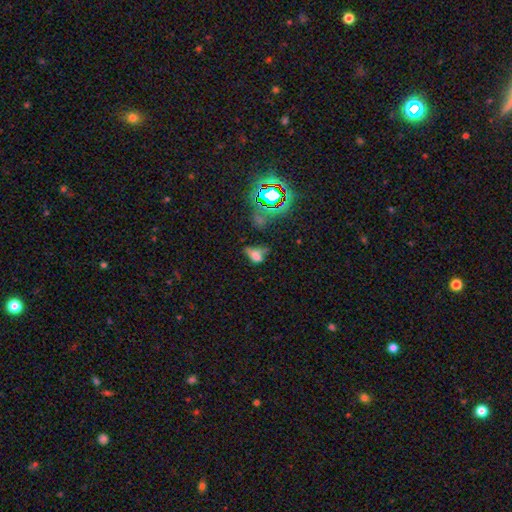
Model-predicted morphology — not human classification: smooth_or_featured: smooth (p=0.52) [alt: star or artifact p=0.25]
how_rounded: in between (p=0.76) [alt: round p=0.16]
merging: major disturbance (p=0.31) [alt: none p=0.29]